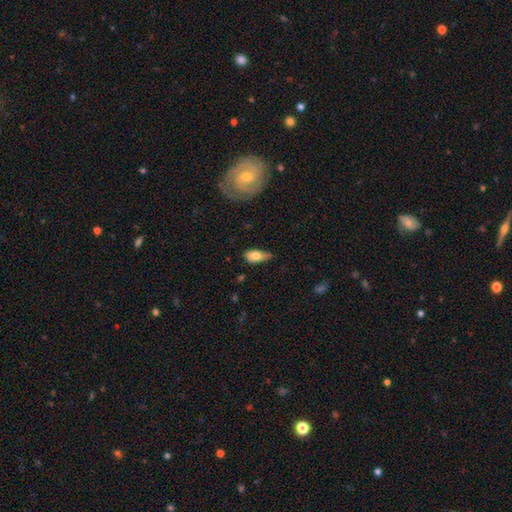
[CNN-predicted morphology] smooth_or_featured: smooth (p=0.69) [alt: featured or disk p=0.24]
how_rounded: in between (p=0.86) [alt: cigar-shaped p=0.09]
merging: minor disturbance (p=0.43) [alt: none p=0.36]